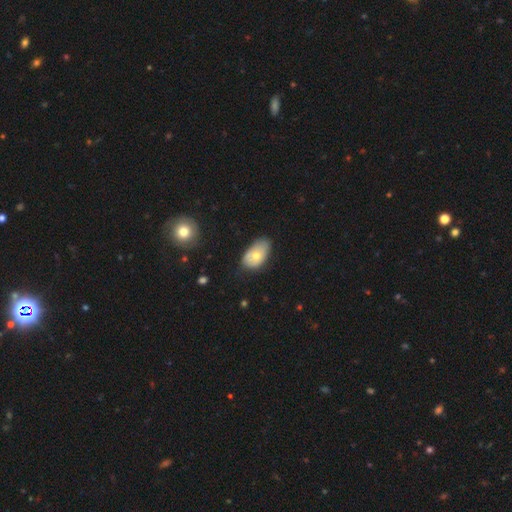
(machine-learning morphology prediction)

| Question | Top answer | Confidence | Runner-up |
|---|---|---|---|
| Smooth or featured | smooth | 65% | featured or disk (27%) |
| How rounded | in between | 91% | round (7%) |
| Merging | none | 58% | minor disturbance (33%) |